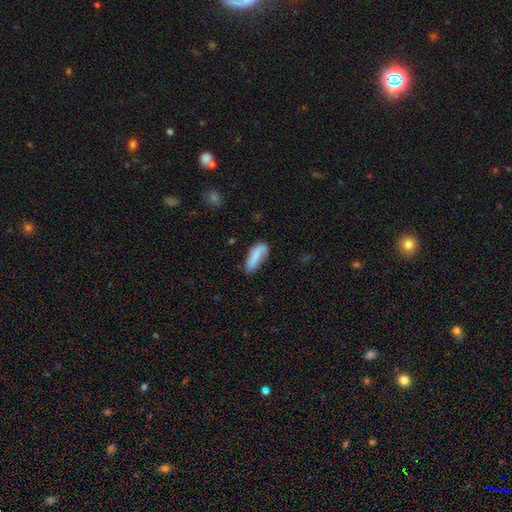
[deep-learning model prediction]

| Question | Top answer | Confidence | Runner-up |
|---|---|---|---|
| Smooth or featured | smooth | 66% | featured or disk (27%) |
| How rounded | in between | 66% | cigar-shaped (32%) |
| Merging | none | 53% | minor disturbance (29%) |